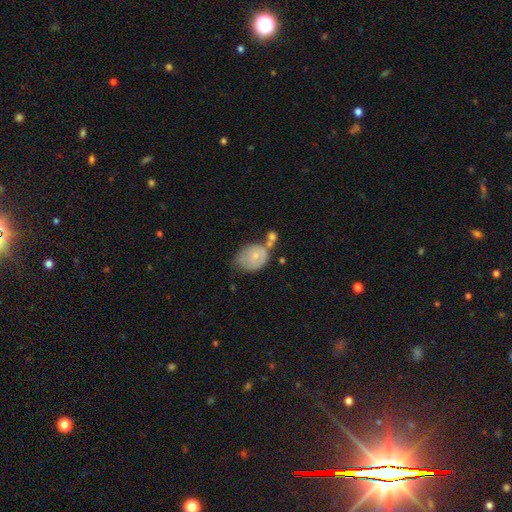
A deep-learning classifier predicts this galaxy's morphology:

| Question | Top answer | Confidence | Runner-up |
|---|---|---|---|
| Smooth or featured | smooth | 68% | featured or disk (24%) |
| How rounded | in between | 64% | round (35%) |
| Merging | none | 33% | minor disturbance (32%) |